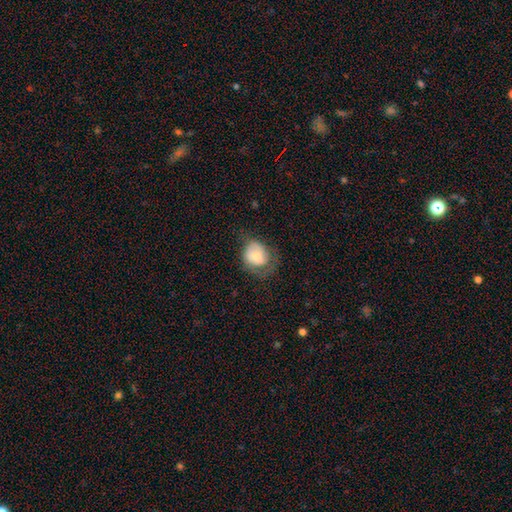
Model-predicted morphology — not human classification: Smooth or featured? Predicted: smooth (p=0.68). How rounded? Predicted: round (p=0.54). Merging? Predicted: none (p=0.45).